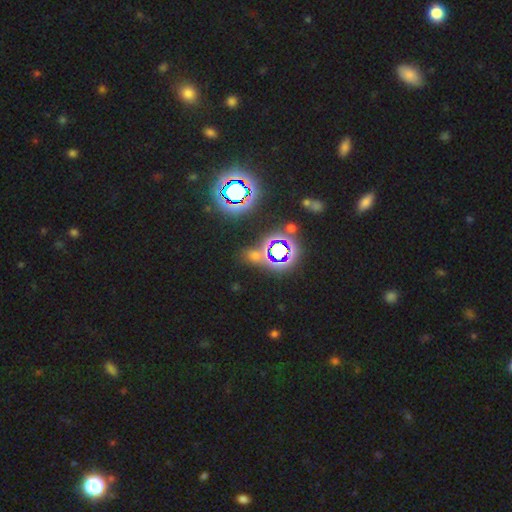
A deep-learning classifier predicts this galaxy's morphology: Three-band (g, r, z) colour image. It shows a star or artifact, not a galaxy (59%).